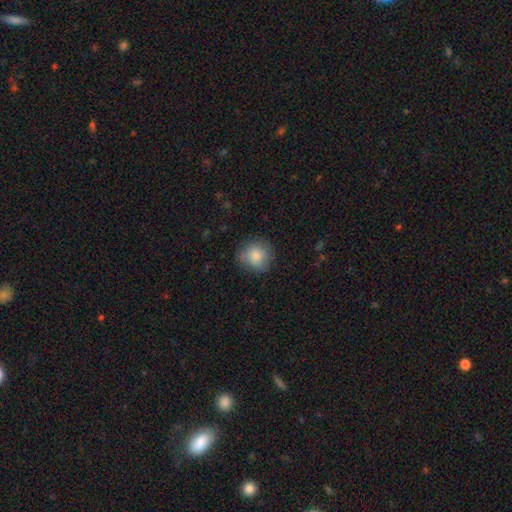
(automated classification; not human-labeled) Smooth or featured?
  - smooth: 82% *
  - featured or disk: 10%
  - star or artifact: 8%
How rounded?
  - round: 86% *
  - in between: 13%
  - cigar-shaped: 1%
Merging?
  - none: 74% *
  - minor disturbance: 20%
  - major disturbance: 5%
  - merger: 1%